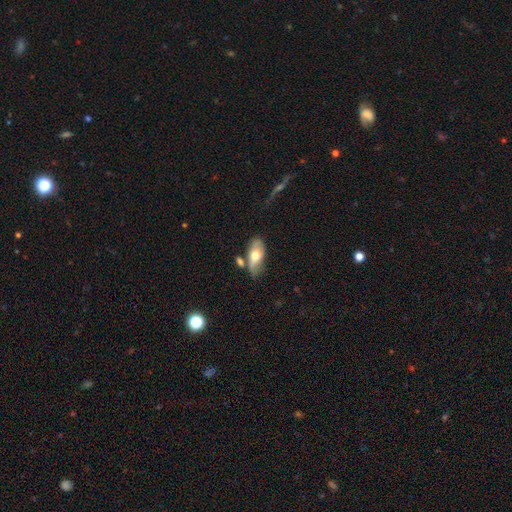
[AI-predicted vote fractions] Smooth or featured: smooth — 59% (featured or disk — 35%)
How rounded: in between — 88% (cigar-shaped — 8%)
Merging: none — 53% (minor disturbance — 22%)